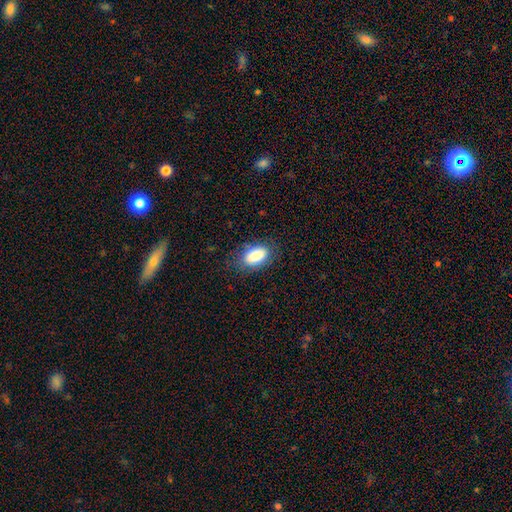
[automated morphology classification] type=smooth (83%); roundness=in between (92%); merging=none (77%).